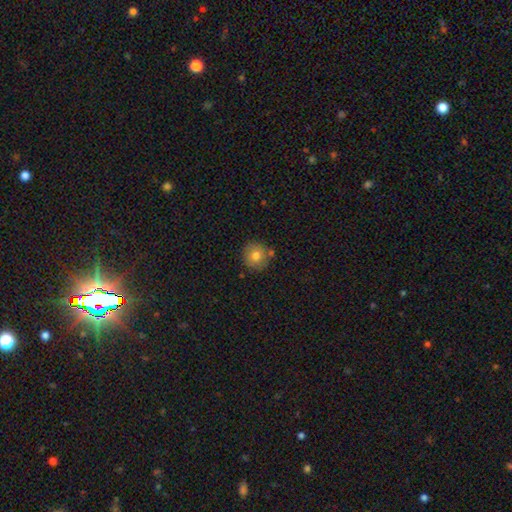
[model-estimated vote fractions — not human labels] A smooth galaxy with no disk features (77%) that is round (93%).

Vote fractions:
- Smooth or featured? smooth: 77% / featured or disk: 13% / star or artifact: 10%
- How rounded? round: 93% / in between: 6% / cigar-shaped: 1%
- Merging? none: 79% / minor disturbance: 11% / merger: 7% / major disturbance: 3%